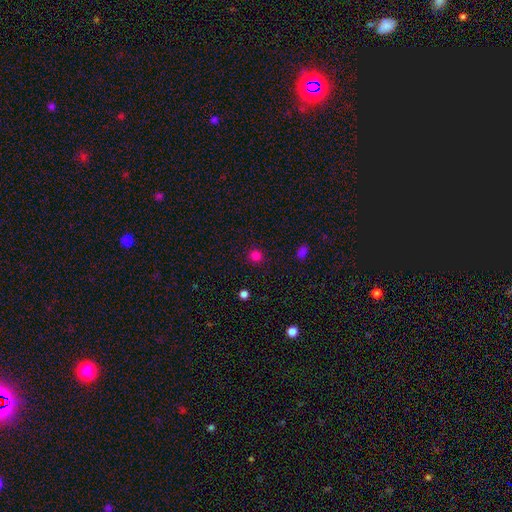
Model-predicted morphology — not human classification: Smooth or featured?
  - smooth: 81% *
  - star or artifact: 16%
  - featured or disk: 3%
How rounded?
  - round: 91% *
  - in between: 8%
  - cigar-shaped: 1%
Merging?
  - none: 90% *
  - minor disturbance: 6%
  - major disturbance: 2%
  - merger: 1%